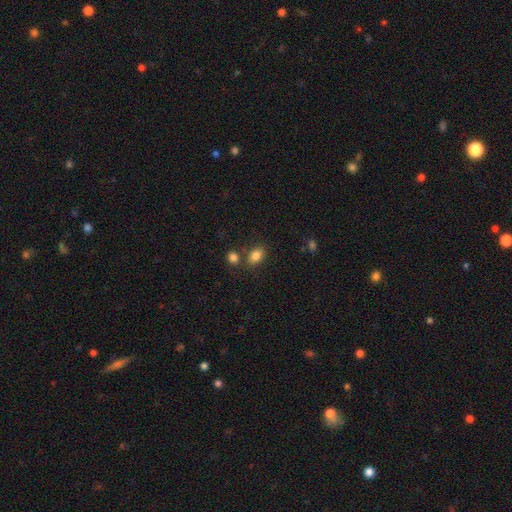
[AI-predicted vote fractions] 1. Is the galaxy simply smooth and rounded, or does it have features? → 84% smooth, 10% star or artifact, 6% featured or disk.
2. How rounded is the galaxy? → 78% in between, 20% round, 1% cigar-shaped.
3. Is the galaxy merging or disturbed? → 69% none, 16% merger, 12% minor disturbance, 3% major disturbance.